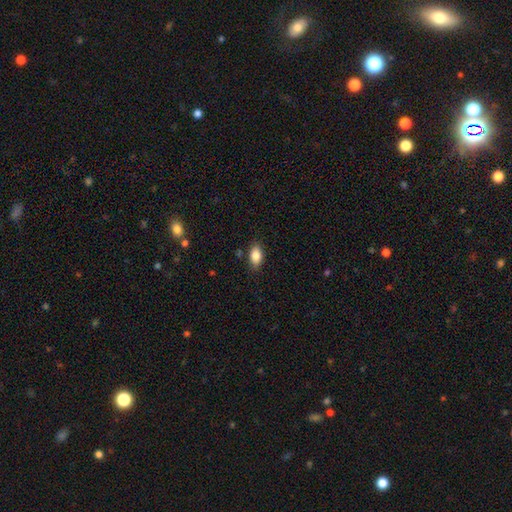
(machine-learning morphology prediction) type=smooth (85%); roundness=in between (90%); merging=none (85%).